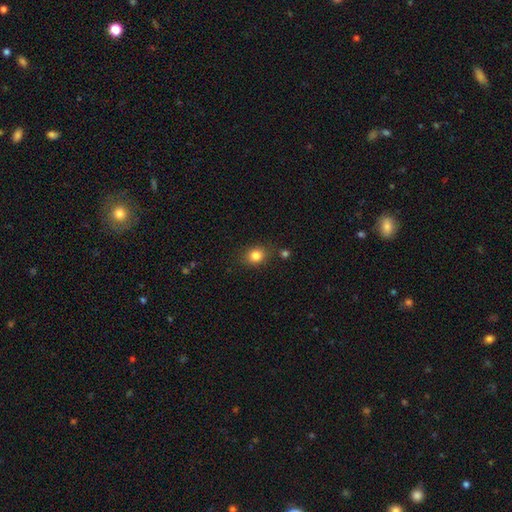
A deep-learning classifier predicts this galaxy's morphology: smooth_or_featured: smooth (p=0.83) [alt: star or artifact p=0.11]
how_rounded: round (p=0.63) [alt: in between p=0.36]
merging: none (p=0.80) [alt: minor disturbance p=0.12]